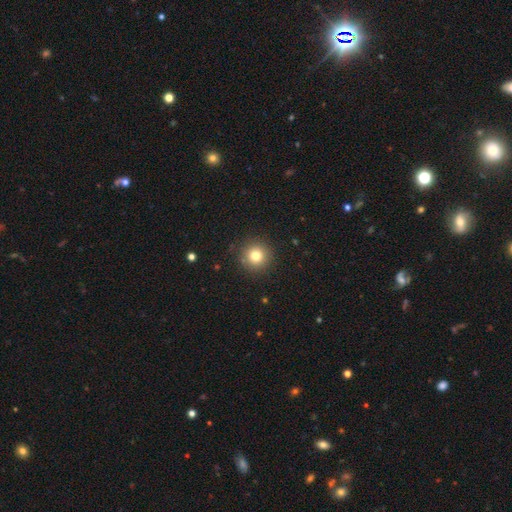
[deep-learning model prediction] smooth 80%, star or artifact 12%, featured or disk 8%. Down the decision tree: how rounded — round (95%); merging — none (90%).